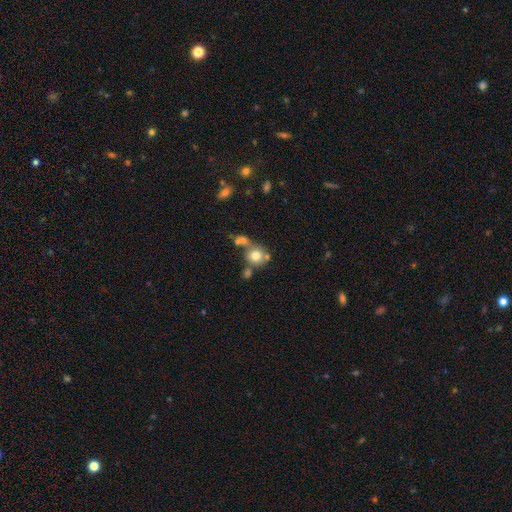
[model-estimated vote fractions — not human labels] smooth-or-featured: smooth: 74% | featured or disk: 14% | star or artifact: 12%
  how-rounded: round: 82% | in between: 17% | cigar-shaped: 1%
  merging: none: 48% | merger: 34% | minor disturbance: 12% | major disturbance: 6%